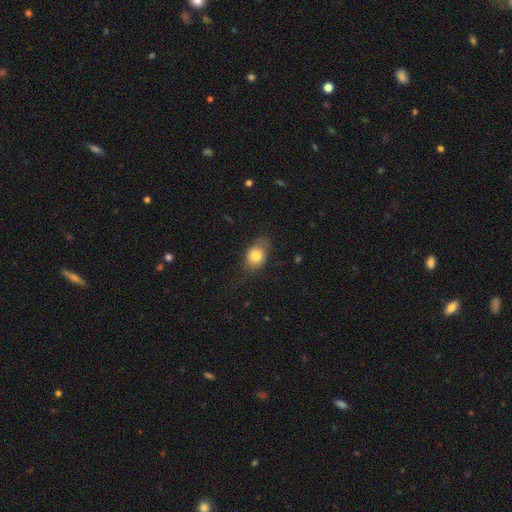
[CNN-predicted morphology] This is likely a smooth galaxy (78%). How rounded: likely in between (70%). Merging: likely none (63%).